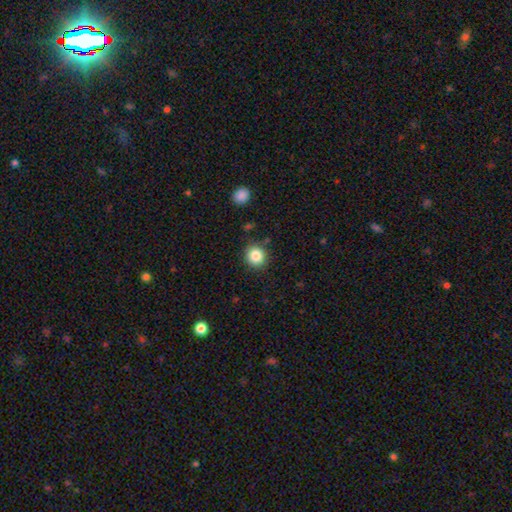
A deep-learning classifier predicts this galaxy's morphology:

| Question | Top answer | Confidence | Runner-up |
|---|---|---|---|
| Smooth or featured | smooth | 85% | star or artifact (10%) |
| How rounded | round | 89% | in between (10%) |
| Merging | none | 88% | minor disturbance (7%) |